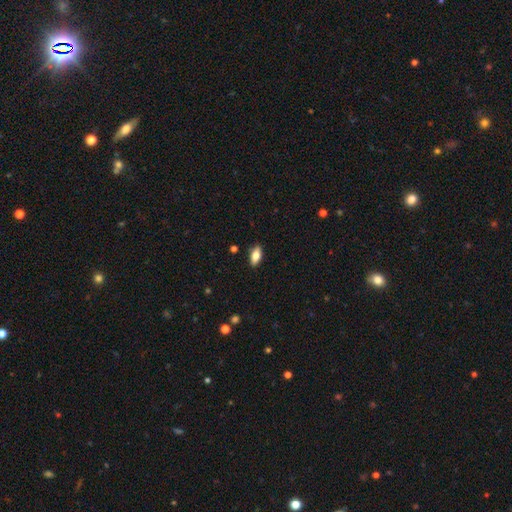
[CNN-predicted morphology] This is likely a smooth galaxy (73%). How rounded: clearly in between (84%). Merging: clearly none (88%).